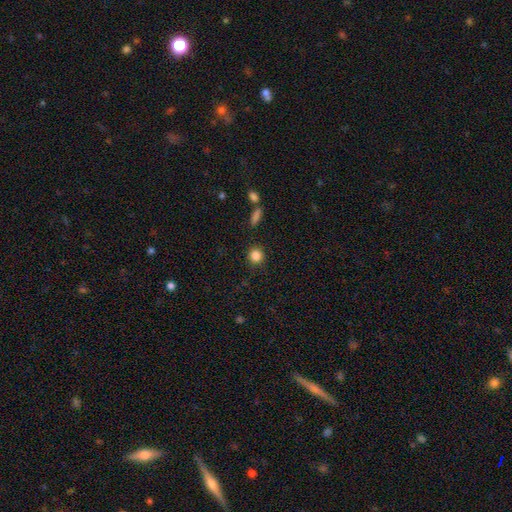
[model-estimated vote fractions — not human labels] smooth-or-featured: smooth: 84% | star or artifact: 11% | featured or disk: 5%
  how-rounded: round: 91% | in between: 8% | cigar-shaped: 1%
  merging: none: 89% | minor disturbance: 7% | major disturbance: 2% | merger: 2%